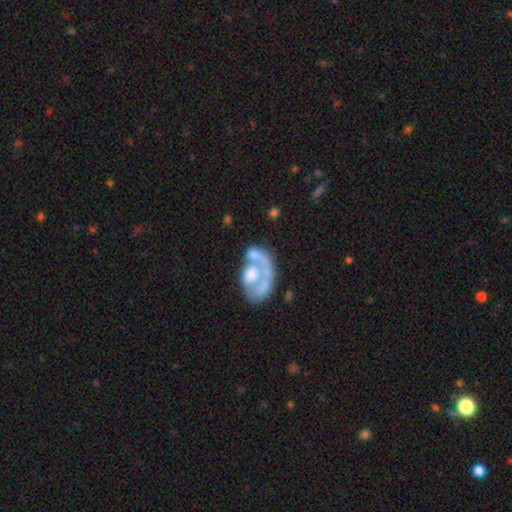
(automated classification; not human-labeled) Smooth or featured? featured or disk (61%)
Edge-on disk? no (97%)
Bar? no (90%)
Spiral arms? no (73%)
Bulge size? moderate (35%)
Merging? none (31%)